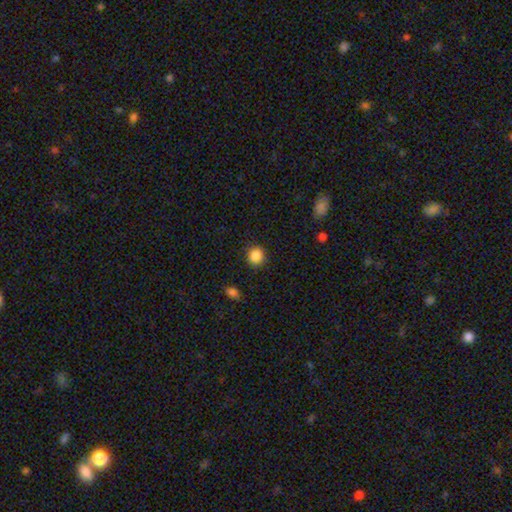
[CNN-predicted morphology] type=smooth (87%); roundness=round (87%); merging=none (89%).